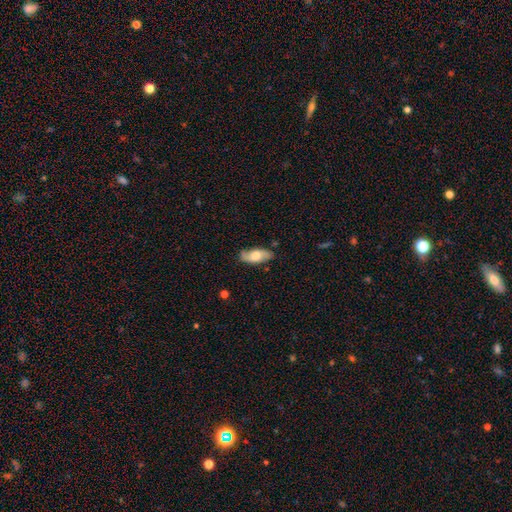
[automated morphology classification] Smooth or featured? smooth (61%)
How rounded? in between (84%)
Merging? none (78%)